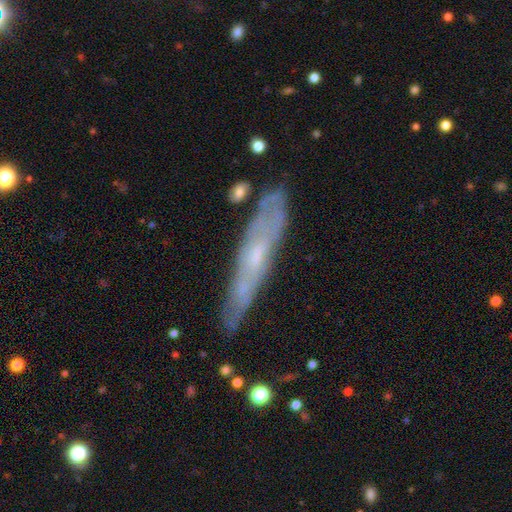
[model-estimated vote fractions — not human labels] Smooth or featured? featured or disk (63%)
Edge-on disk? yes (60%)
Merging? none (72%)